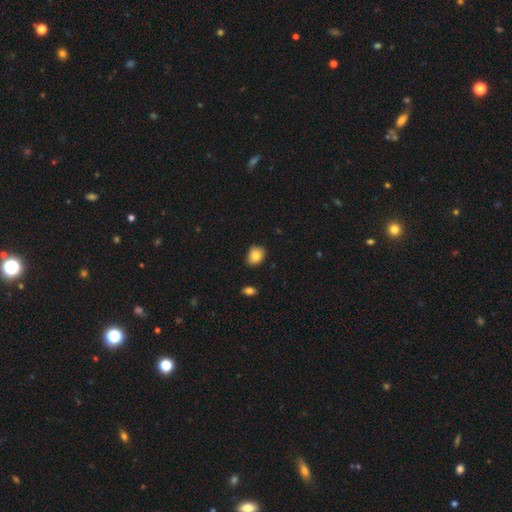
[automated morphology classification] smooth 85%, star or artifact 9%, featured or disk 7%. Down the decision tree: how rounded — in between (51%); merging — none (82%).